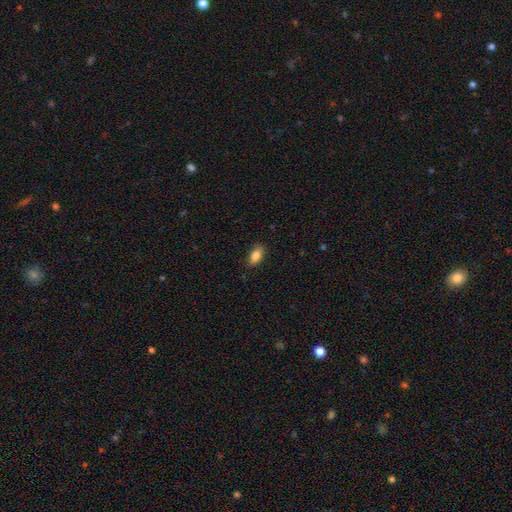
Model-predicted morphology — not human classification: This appears to be a smooth galaxy with no disk features (85%) that is in between round and cigar-shaped (90%). Merging: none (84%).